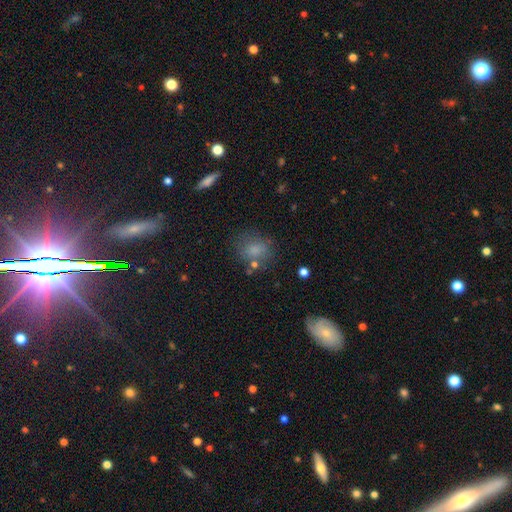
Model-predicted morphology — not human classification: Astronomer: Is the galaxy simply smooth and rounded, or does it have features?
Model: smooth — 65%.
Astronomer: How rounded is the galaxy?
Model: round — 53% (runner-up: in between, 44%).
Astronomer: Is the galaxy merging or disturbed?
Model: none — 71%.